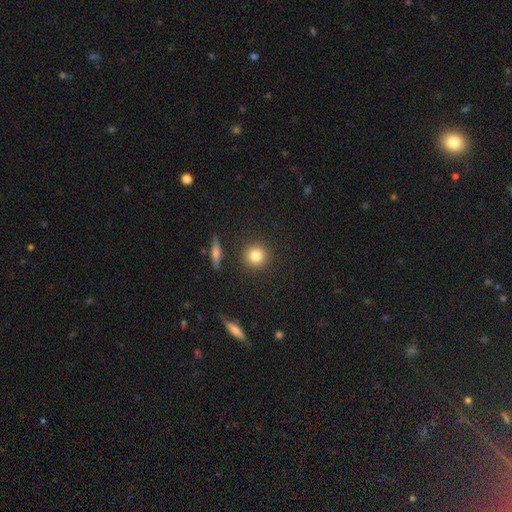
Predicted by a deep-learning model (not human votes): A smooth galaxy with no disk features (82%) that is round (91%).

Vote fractions:
- Smooth or featured? smooth: 82% / star or artifact: 10% / featured or disk: 8%
- How rounded? round: 91% / in between: 7% / cigar-shaped: 1%
- Merging? none: 89% / minor disturbance: 6% / merger: 2% / major disturbance: 2%